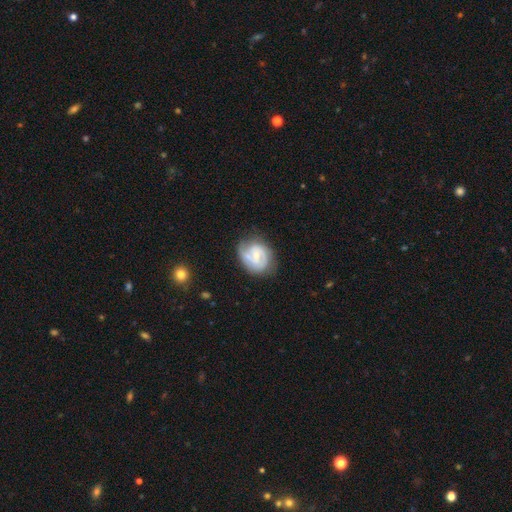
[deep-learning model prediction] The model was most divided on "spiral winding": tight: 43%, medium: 42%, loose: 16%. Remaining: edge-on disk — no (98%); spiral arms — yes (89%); smooth or featured — featured or disk (73%); merging — none (64%); bulge size — small (58%); spiral arm count — 2 (57%); bar — weak (46%).